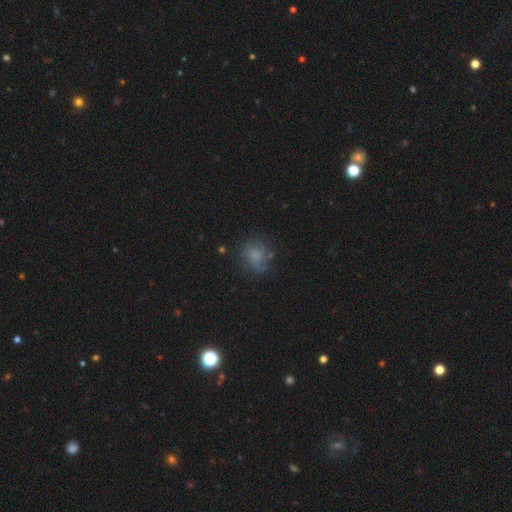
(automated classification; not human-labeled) A smooth galaxy with no disk features (59%) that is round (66%). Merging: none (60%).